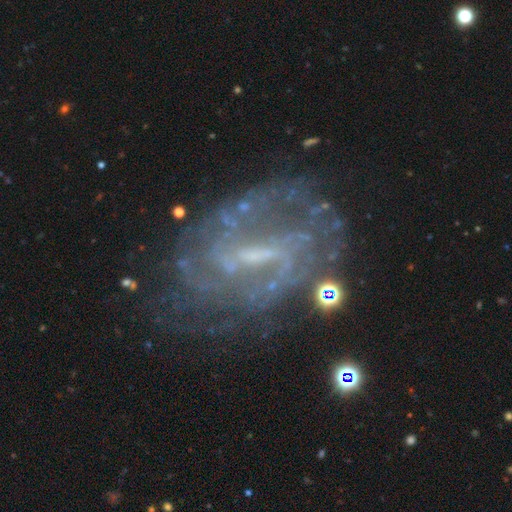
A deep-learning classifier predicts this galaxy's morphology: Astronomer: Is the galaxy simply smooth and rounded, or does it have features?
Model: featured or disk — 84%.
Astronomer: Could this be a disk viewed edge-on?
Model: no — 97%.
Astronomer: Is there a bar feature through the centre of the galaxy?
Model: weak — 50% (runner-up: strong, 32%).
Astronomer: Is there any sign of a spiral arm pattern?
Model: yes — 87%.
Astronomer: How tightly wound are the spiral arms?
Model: tight — 46% (runner-up: medium, 38%).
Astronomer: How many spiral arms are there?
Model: can't tell — 43% (runner-up: 2, 24%).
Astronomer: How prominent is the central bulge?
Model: small — 55%.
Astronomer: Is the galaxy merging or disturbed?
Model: none — 67%.